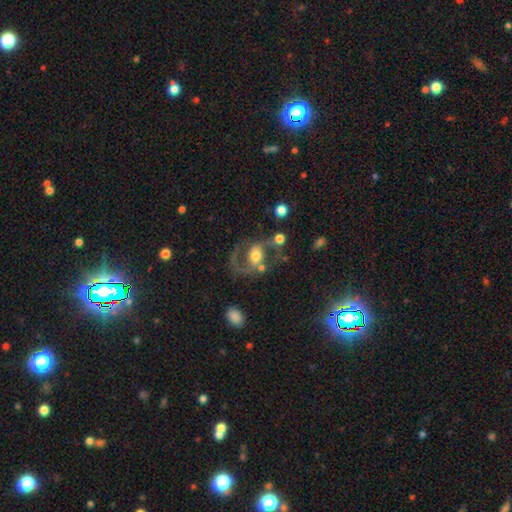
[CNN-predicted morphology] Q: Smooth or featured?
A: featured or disk (70%); runner-up: smooth (22%)
Q: Edge-on disk?
A: no (96%); runner-up: yes (4%)
Q: Bar?
A: no (44%); runner-up: weak (34%)
Q: Spiral arms?
A: yes (78%); runner-up: no (22%)
Q: Spiral winding?
A: medium (50%); runner-up: loose (36%)
Q: Spiral arm count?
A: 2 (81%); runner-up: 1 (11%)
Q: Bulge size?
A: moderate (60%); runner-up: large (21%)
Q: Merging?
A: none (51%); runner-up: major disturbance (21%)